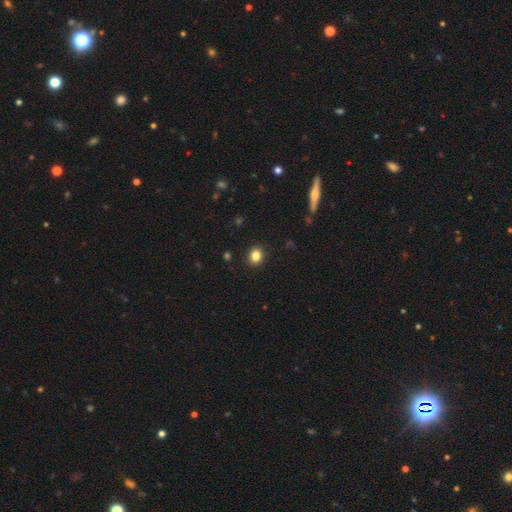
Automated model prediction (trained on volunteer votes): Smooth or featured: smooth — 84% (star or artifact — 11%)
How rounded: round — 67% (in between — 32%)
Merging: none — 91% (minor disturbance — 6%)